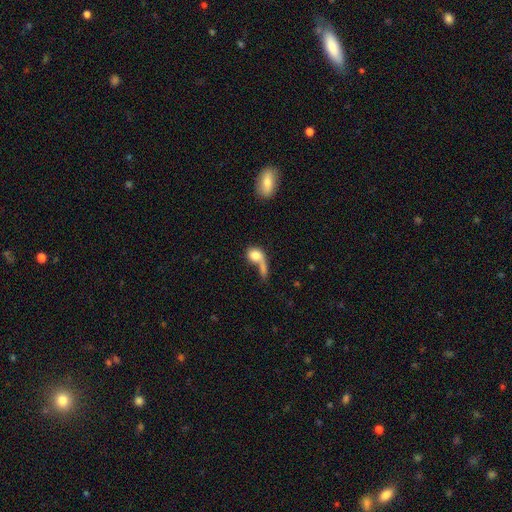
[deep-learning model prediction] This is likely a smooth galaxy (71%). How rounded: possibly round (50%). Merging: marginally merger (43%).